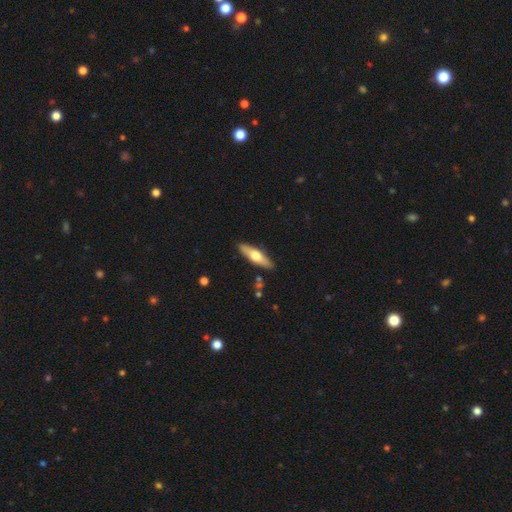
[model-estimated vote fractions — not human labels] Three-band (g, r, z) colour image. It shows a smooth galaxy with no disk features (49%). Merging: none (88%).